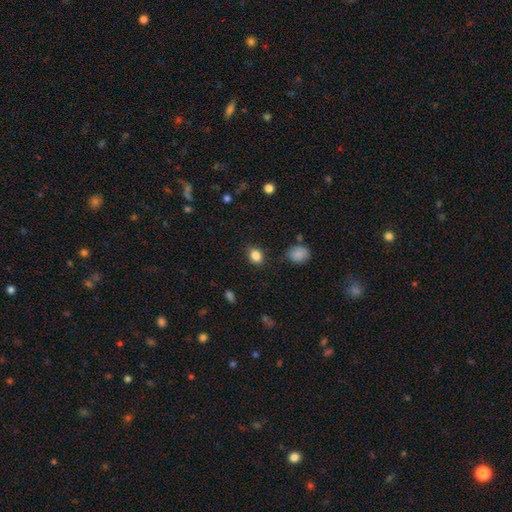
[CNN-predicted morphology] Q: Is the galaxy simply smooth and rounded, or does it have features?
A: smooth — 85%.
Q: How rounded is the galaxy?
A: round — 52%.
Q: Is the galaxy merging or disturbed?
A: none — 83%.